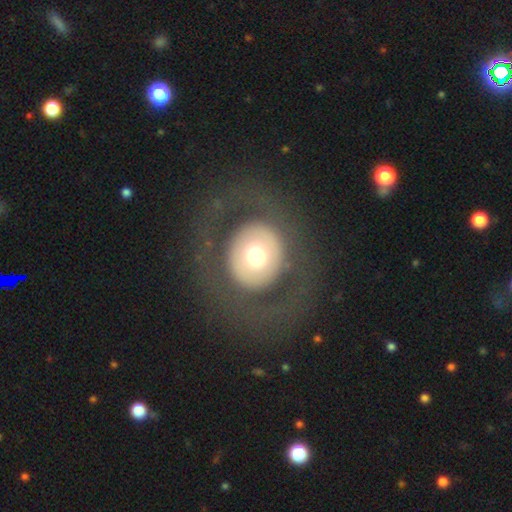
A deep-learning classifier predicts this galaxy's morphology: This is possibly a smooth galaxy (54%). How rounded: likely round (80%). Merging: likely none (77%).